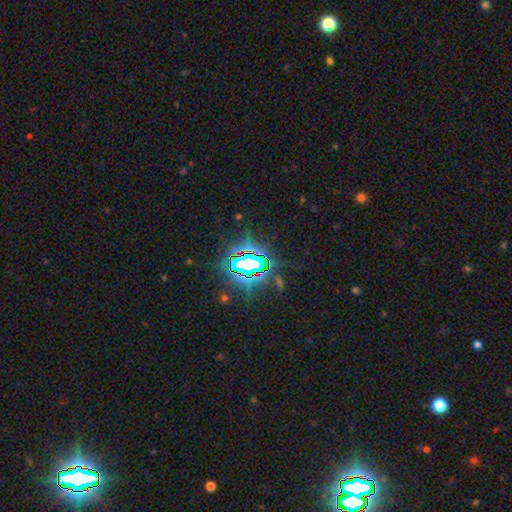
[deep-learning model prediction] Morphology: type=star or artifact (85%).